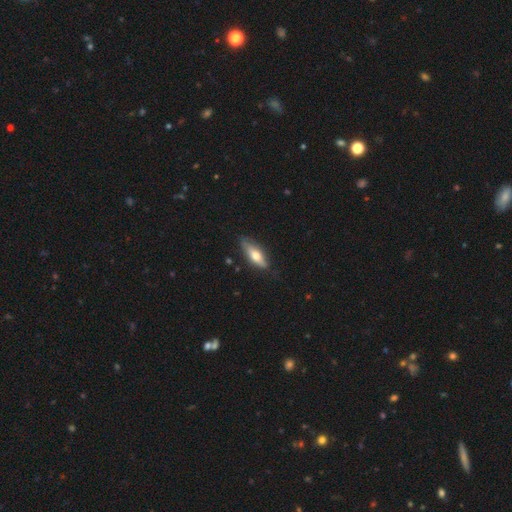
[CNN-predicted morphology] Overall: smooth (58%; featured or disk 36%). How rounded: in between (58%; cigar-shaped 39%). Merging: none (74%).